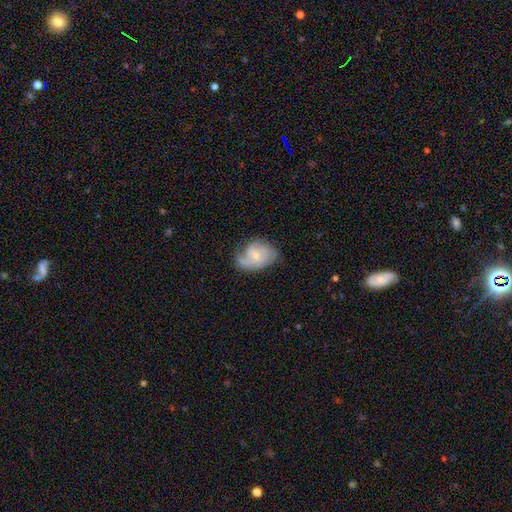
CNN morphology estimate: A featured or disk galaxy (67%) with no bar (65%), 2 (34%) medium (41%) spiral arms (88%) and a small central bulge (65%).

Vote fractions:
- Smooth or featured? featured or disk: 67% / smooth: 26% / star or artifact: 7%
- Edge-on disk? no: 97% / yes: 3%
- Bar? no: 65% / weak: 31% / strong: 5%
- Spiral arms? yes: 88% / no: 12%
- Spiral winding? medium: 41% / tight: 31% / loose: 28%
- Spiral arm count? 2: 34% / 1: 30% / can't tell: 21% / 3: 10% / 4: 3% / more than 4: 2%
- Bulge size? small: 65% / moderate: 29% / none: 3% / large: 1% / dominant: 1%
- Merging? none: 51% / minor disturbance: 29% / major disturbance: 18% / merger: 2%